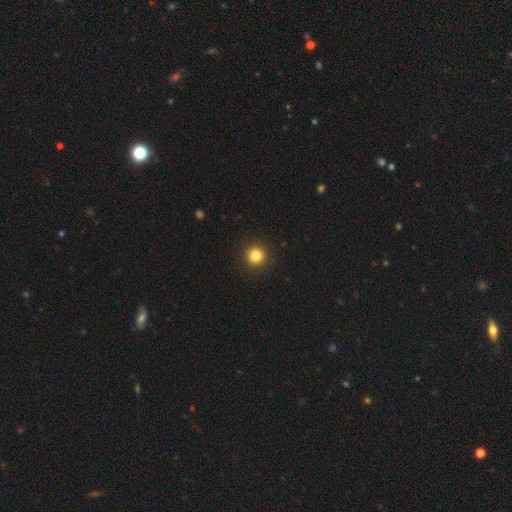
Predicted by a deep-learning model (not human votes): smooth 83%, star or artifact 11%, featured or disk 6%. Down the decision tree: how rounded — round (95%); merging — none (93%).